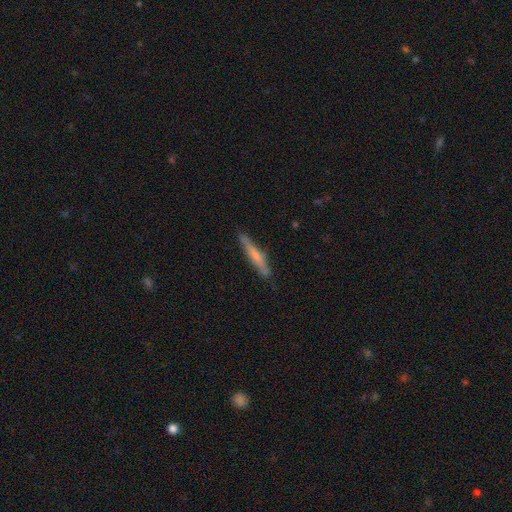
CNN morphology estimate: smooth-or-featured: smooth: 53% | featured or disk: 41% | star or artifact: 6%
  how-rounded: cigar-shaped: 93% | in between: 5% | round: 1%
  merging: none: 85% | minor disturbance: 12% | major disturbance: 2% | merger: 1%